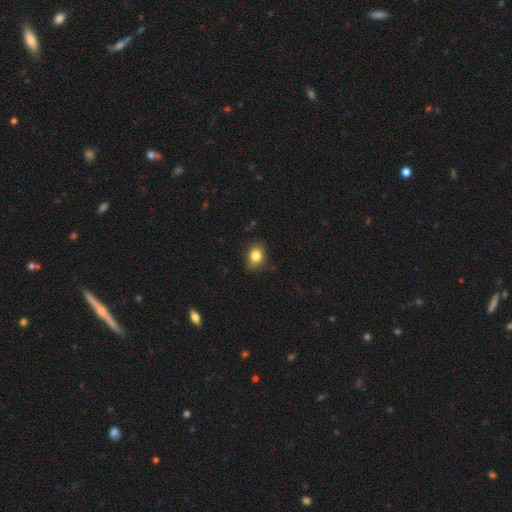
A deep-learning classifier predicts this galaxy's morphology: type=smooth (82%); roundness=in between (64%); merging=none (81%).